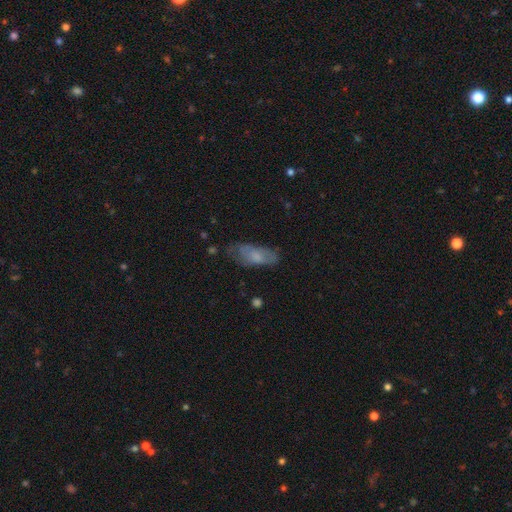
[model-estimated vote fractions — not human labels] The model was most divided on "merging": none: 55%, minor disturbance: 30%, major disturbance: 13%, merger: 2%. More confident: how rounded — in between (77%); smooth or featured — smooth (64%).